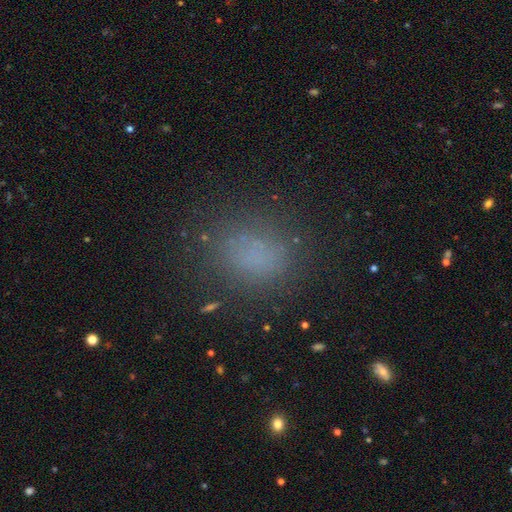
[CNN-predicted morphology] Smooth or featured: smooth — 74% (star or artifact — 19%)
How rounded: round — 50% (in between — 49%)
Merging: none — 80% (minor disturbance — 12%)